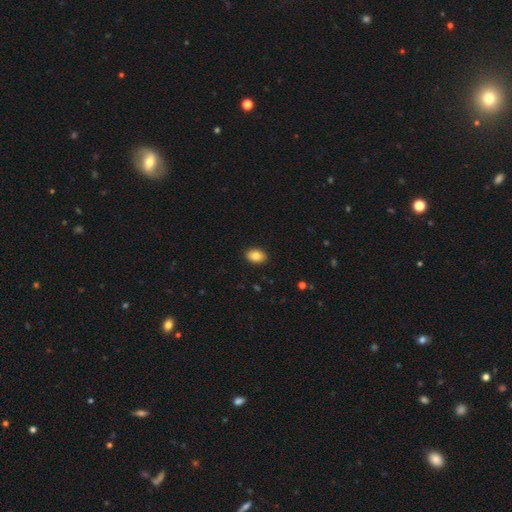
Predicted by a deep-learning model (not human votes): smooth-or-featured: smooth: 85% | star or artifact: 8% | featured or disk: 7%
  how-rounded: in between: 87% | round: 12% | cigar-shaped: 1%
  merging: none: 90% | minor disturbance: 7% | major disturbance: 2% | merger: 1%